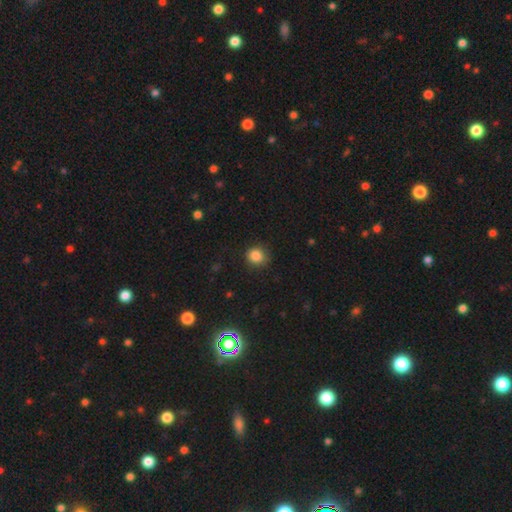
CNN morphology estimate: A smooth galaxy with no disk features (86%) that is round (80%).

Vote fractions:
- Smooth or featured? smooth: 86% / star or artifact: 10% / featured or disk: 4%
- How rounded? round: 80% / in between: 19% / cigar-shaped: 1%
- Merging? none: 82% / minor disturbance: 14% / major disturbance: 4% / merger: 1%